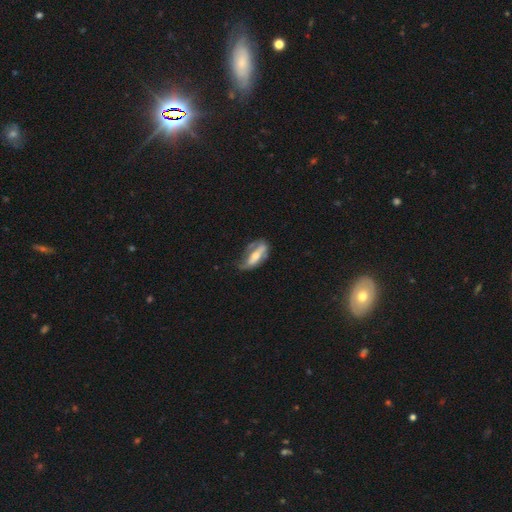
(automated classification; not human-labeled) smooth-or-featured: featured or disk: 57% | smooth: 37% | star or artifact: 6%
  disk-edge-on: no: 77% | yes: 23%
  merging: none: 42% | minor disturbance: 31% | major disturbance: 23% | merger: 4%